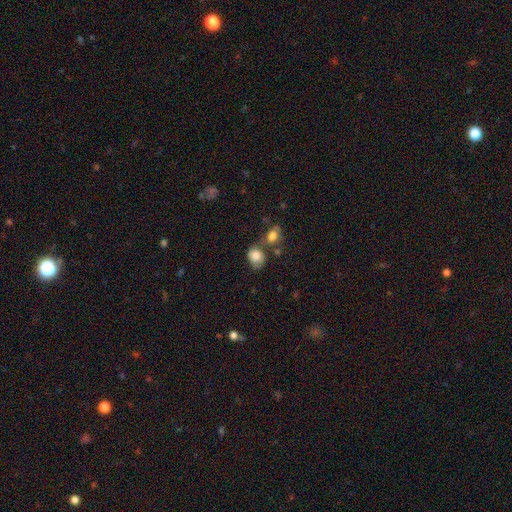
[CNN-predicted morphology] A smooth galaxy with no disk features (79%) that is in between round and cigar-shaped (50%). Merging: none (42%).